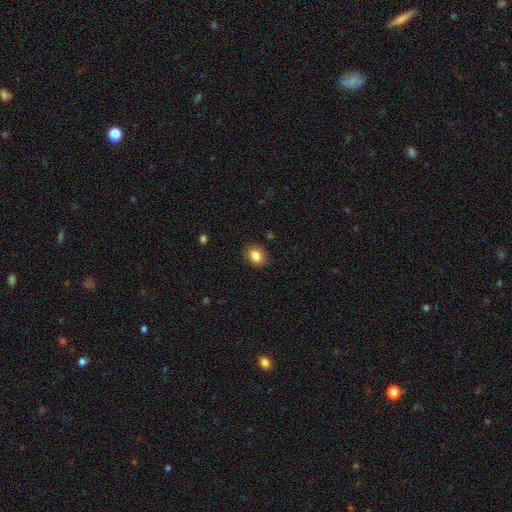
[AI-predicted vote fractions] Overall: smooth (85%). How rounded: in between (68%; round 31%). Merging: none (87%).